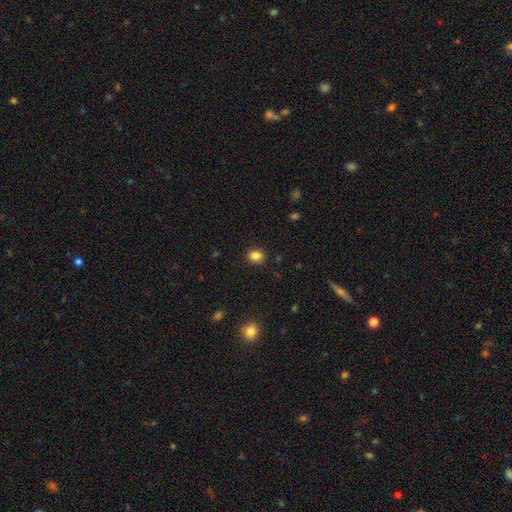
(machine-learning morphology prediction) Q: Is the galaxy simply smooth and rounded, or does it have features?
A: smooth — 85%.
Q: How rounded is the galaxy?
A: round — 54%.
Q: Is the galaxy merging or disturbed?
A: none — 88%.